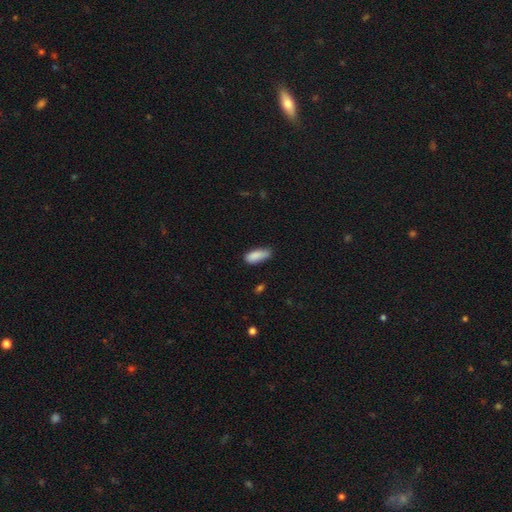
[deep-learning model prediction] Smooth or featured: smooth — 88% (star or artifact — 7%)
How rounded: in between — 76% (cigar-shaped — 22%)
Merging: none — 60% (minor disturbance — 32%)